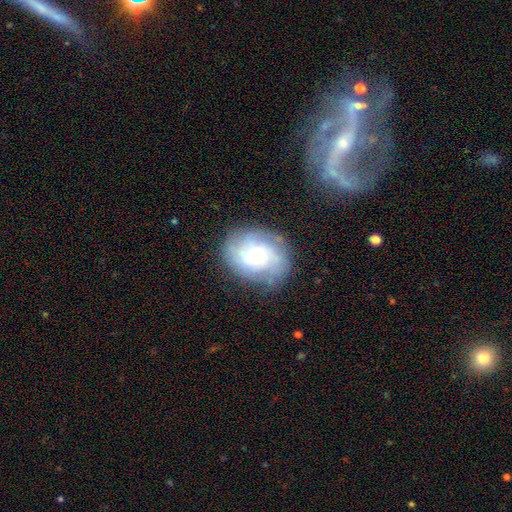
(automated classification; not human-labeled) smooth-or-featured: featured or disk: 59% | smooth: 32% | star or artifact: 9%
  disk-edge-on: no: 97% | yes: 3%
    bar: no: 72% | weak: 23% | strong: 5%
    has-spiral-arms: yes: 87% | no: 13%
    bulge-size: small: 58% | moderate: 22% | large: 10% | none: 6% | dominant: 3%
  merging: none: 72% | minor disturbance: 17% | major disturbance: 8% | merger: 2%